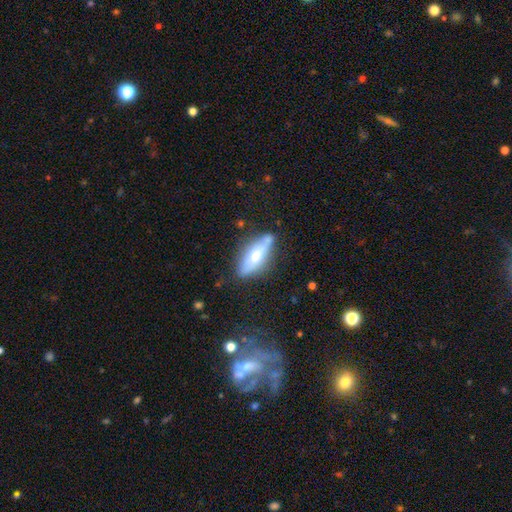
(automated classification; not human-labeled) This is possibly a smooth galaxy (53%). How rounded: likely in between (63%). Merging: likely none (68%).